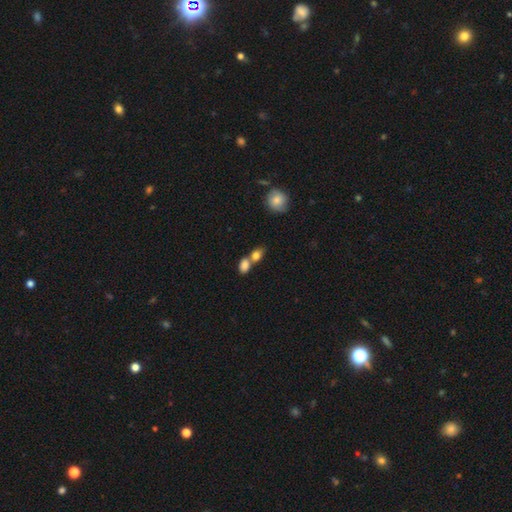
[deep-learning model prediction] This appears to be a smooth galaxy with no disk features (81%) that is in between round and cigar-shaped (72%). Merging: merger (60%).